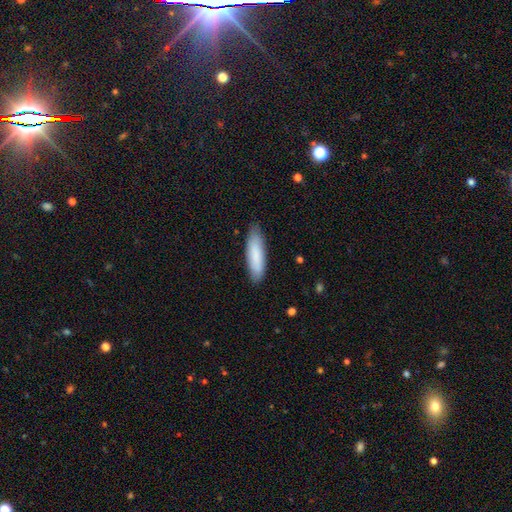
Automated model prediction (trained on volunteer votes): smooth-or-featured: smooth: 84% | featured or disk: 10% | star or artifact: 5%
  how-rounded: cigar-shaped: 56% | in between: 43% | round: 1%
  merging: none: 84% | minor disturbance: 13% | major disturbance: 2% | merger: 1%